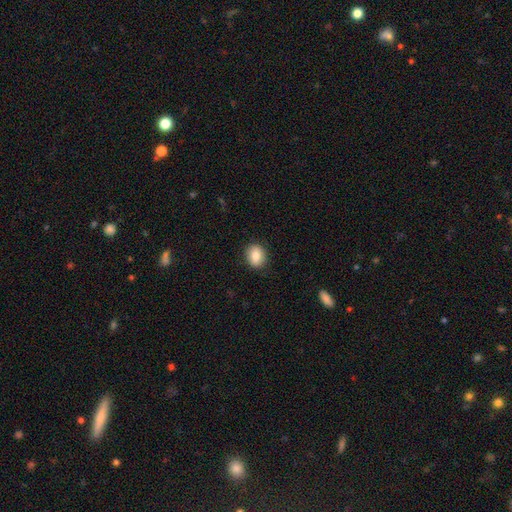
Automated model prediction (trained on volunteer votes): smooth-or-featured: smooth: 85% | star or artifact: 8% | featured or disk: 8%
  how-rounded: in between: 50% | round: 49% | cigar-shaped: 1%
  merging: none: 88% | minor disturbance: 9% | major disturbance: 2% | merger: 1%